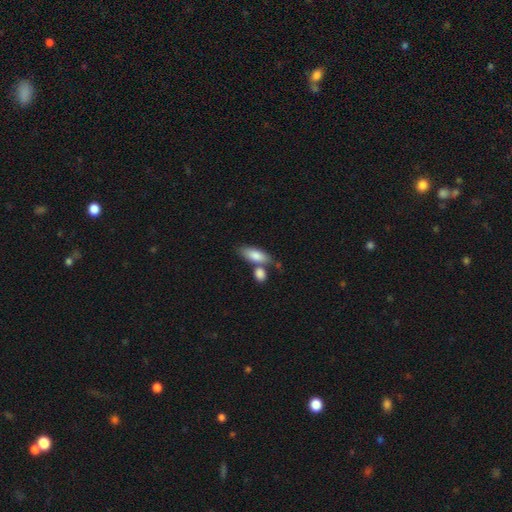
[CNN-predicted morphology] Smooth or featured? Predicted: smooth (p=0.81). How rounded? Predicted: in between (p=0.76). Merging? Predicted: none (p=0.54).